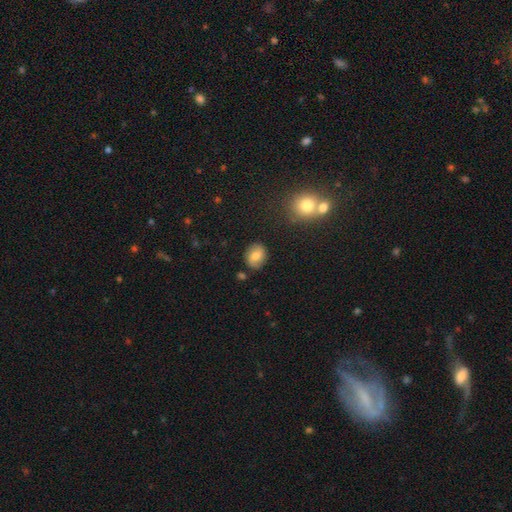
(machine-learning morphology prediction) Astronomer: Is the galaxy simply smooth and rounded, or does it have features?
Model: smooth — 71%.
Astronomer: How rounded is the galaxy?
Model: round — 53% (runner-up: in between, 46%).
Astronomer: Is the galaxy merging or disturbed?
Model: none — 85%.